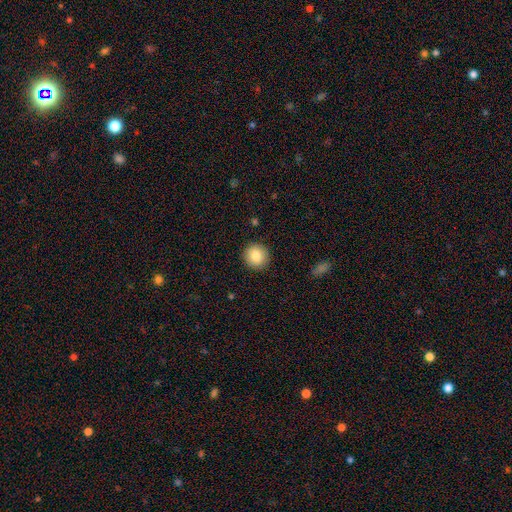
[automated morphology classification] Overall: smooth (85%). How rounded: round (93%). Merging: none (92%).